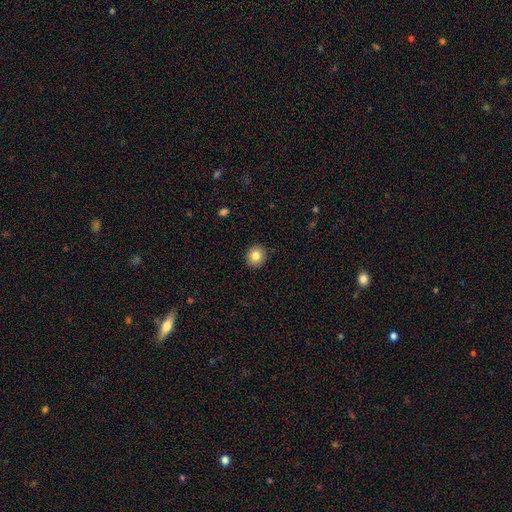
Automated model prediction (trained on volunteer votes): Smooth or featured: smooth — 82% (star or artifact — 10%)
How rounded: round — 84% (in between — 15%)
Merging: none — 91% (minor disturbance — 6%)